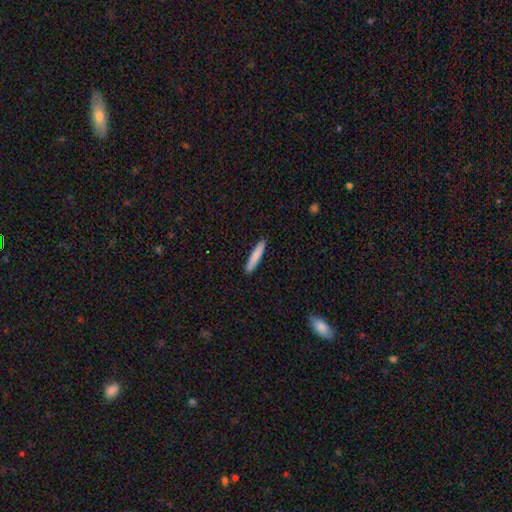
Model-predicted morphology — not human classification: This appears to be a smooth galaxy with no disk features (83%) that is cigar-shaped (92%). Merging: none (91%).